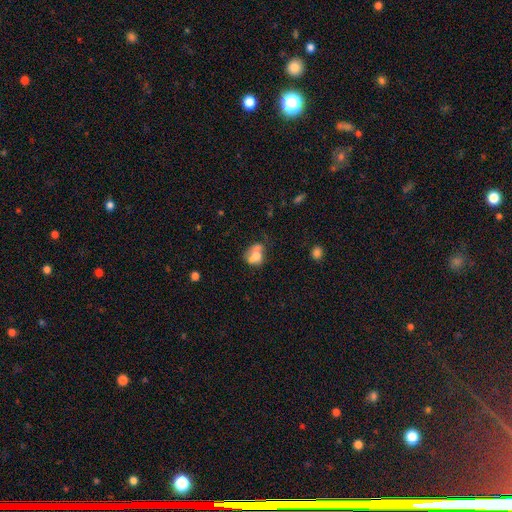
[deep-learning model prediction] smooth-or-featured: smooth: 59% | featured or disk: 30% | star or artifact: 11%
  how-rounded: in between: 54% | round: 44% | cigar-shaped: 2%
  merging: merger: 40% | none: 27% | minor disturbance: 19% | major disturbance: 14%